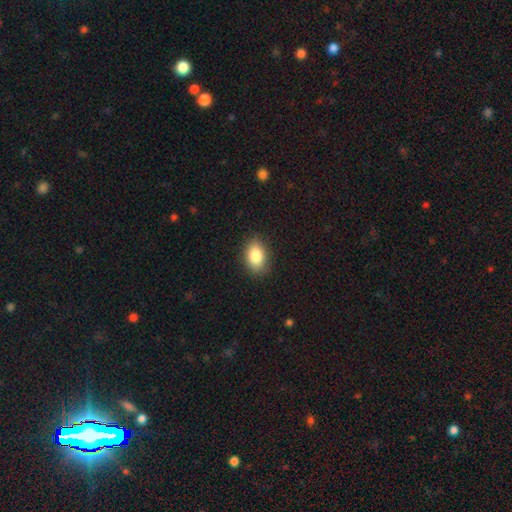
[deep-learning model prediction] Q: Smooth or featured?
A: smooth (84%); runner-up: star or artifact (8%)
Q: How rounded?
A: in between (85%); runner-up: round (14%)
Q: Merging?
A: none (86%); runner-up: minor disturbance (10%)